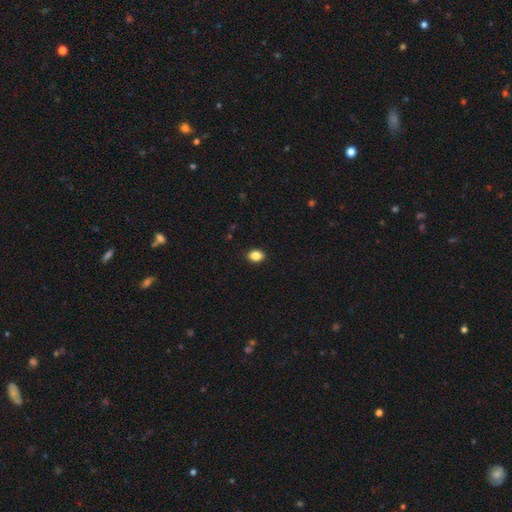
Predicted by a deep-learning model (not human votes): Overall: smooth (86%). How rounded: in between (65%; round 34%). Merging: none (90%).